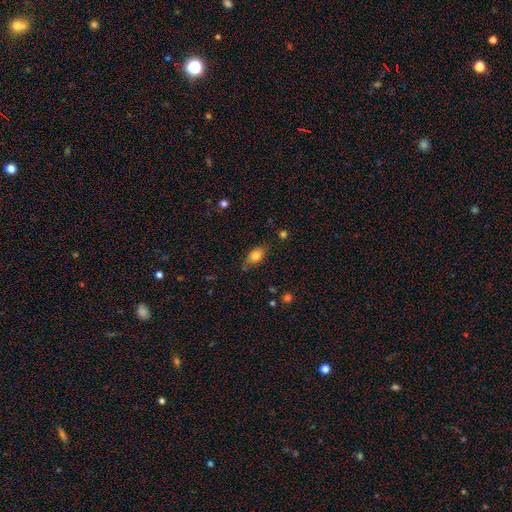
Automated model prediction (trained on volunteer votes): smooth_or_featured: smooth (p=0.79) [alt: featured or disk p=0.12]
how_rounded: in between (p=0.83) [alt: round p=0.13]
merging: none (p=0.70) [alt: minor disturbance p=0.21]